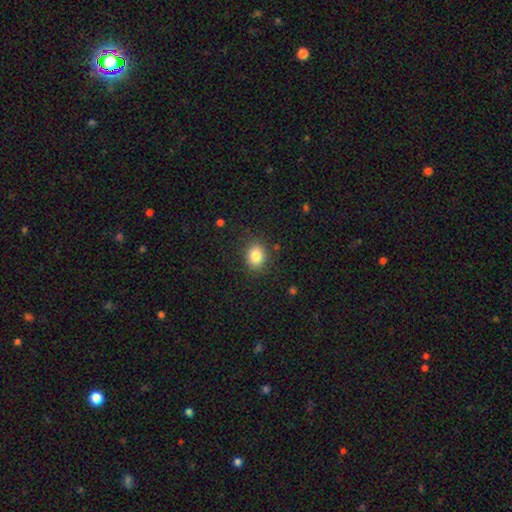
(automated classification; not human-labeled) A smooth galaxy with no disk features (83%) that is round (53%).

Vote fractions:
- Smooth or featured? smooth: 83% / star or artifact: 10% / featured or disk: 6%
- How rounded? round: 53% / in between: 46% / cigar-shaped: 1%
- Merging? none: 85% / minor disturbance: 10% / major disturbance: 3% / merger: 1%